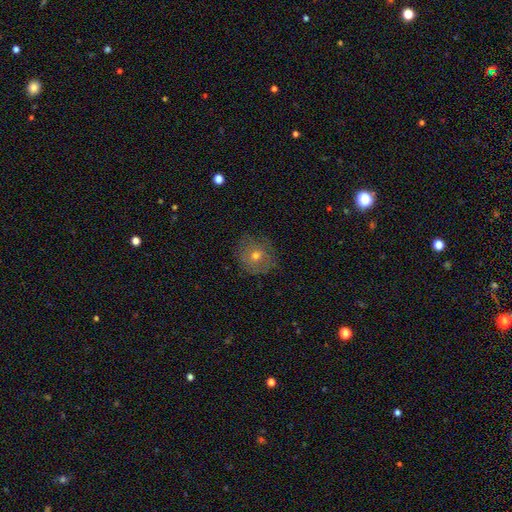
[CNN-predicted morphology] Smooth or featured? Predicted: smooth (p=0.56). How rounded? Predicted: round (p=0.84). Merging? Predicted: none (p=0.78).